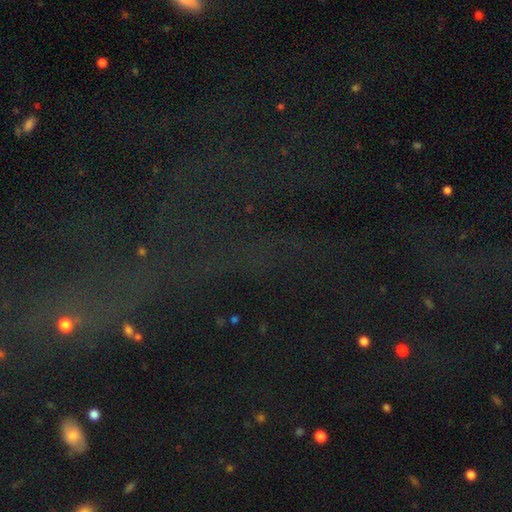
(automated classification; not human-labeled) A star or artifact, not a galaxy (75%).

Vote fractions:
- Smooth or featured? star or artifact: 75% / smooth: 13% / featured or disk: 12%